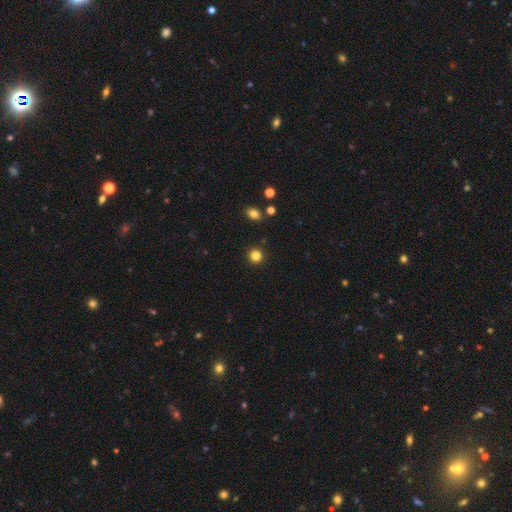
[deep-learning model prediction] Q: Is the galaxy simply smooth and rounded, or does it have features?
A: smooth — 83%.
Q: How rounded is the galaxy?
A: round — 93%.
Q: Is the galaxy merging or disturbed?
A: none — 91%.